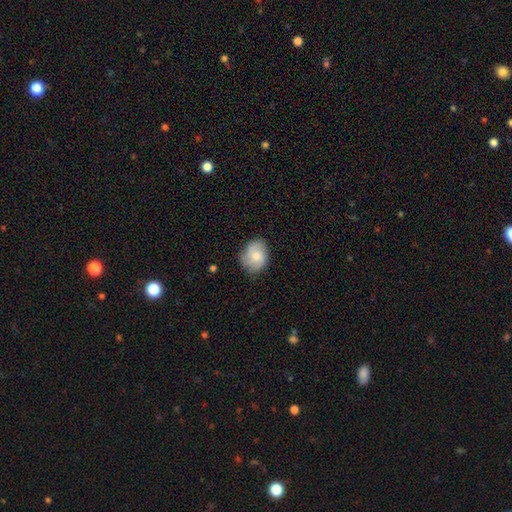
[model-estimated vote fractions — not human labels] Overall: smooth (61%; featured or disk 32%). How rounded: round (53%; in between 46%). Merging: none (74%).